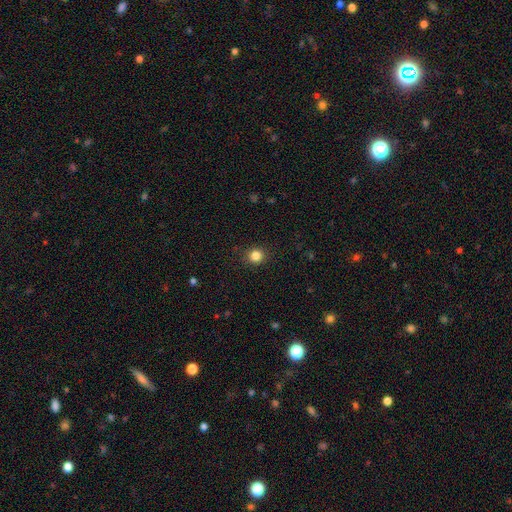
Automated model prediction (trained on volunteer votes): Smooth or featured? smooth (84%)
How rounded? round (89%)
Merging? none (90%)